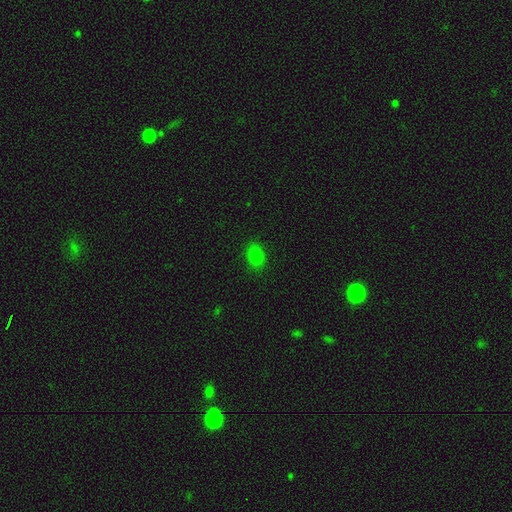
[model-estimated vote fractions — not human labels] The model was most divided on "how rounded": in between: 70%, round: 29%, cigar-shaped: 1%. More confident: merging — none (87%); smooth or featured — smooth (81%).